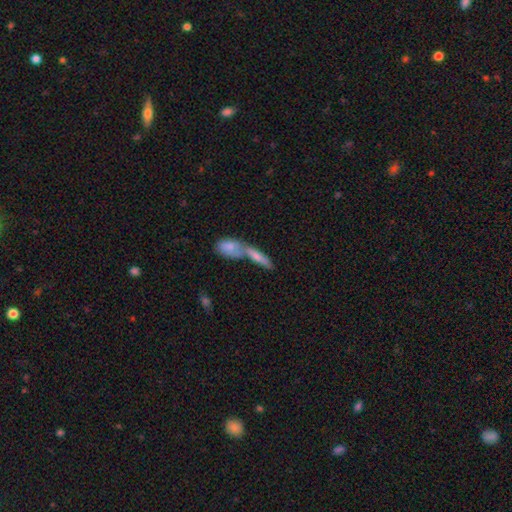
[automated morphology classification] smooth-or-featured: smooth: 47% | featured or disk: 30% | star or artifact: 23%
  merging: merger: 52% | none: 33% | minor disturbance: 8% | major disturbance: 8%